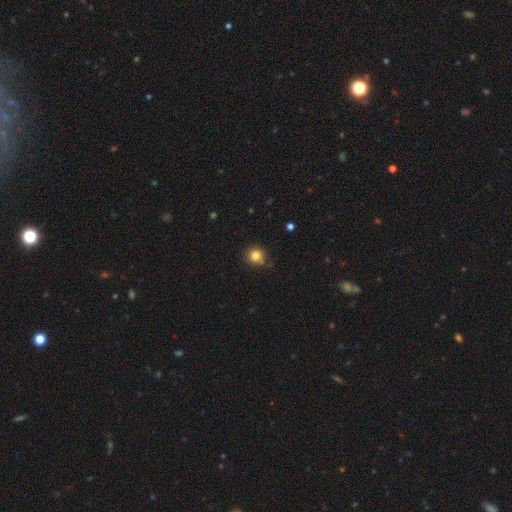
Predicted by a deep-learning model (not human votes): Overall: smooth (82%). How rounded: round (91%). Merging: none (80%).